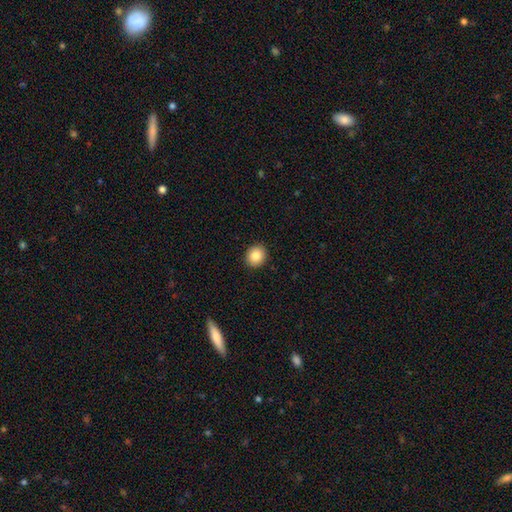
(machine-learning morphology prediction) Smooth or featured?
  - smooth: 85% *
  - star or artifact: 9%
  - featured or disk: 6%
How rounded?
  - round: 79% *
  - in between: 21%
  - cigar-shaped: 1%
Merging?
  - none: 92% *
  - minor disturbance: 5%
  - major disturbance: 2%
  - merger: 1%